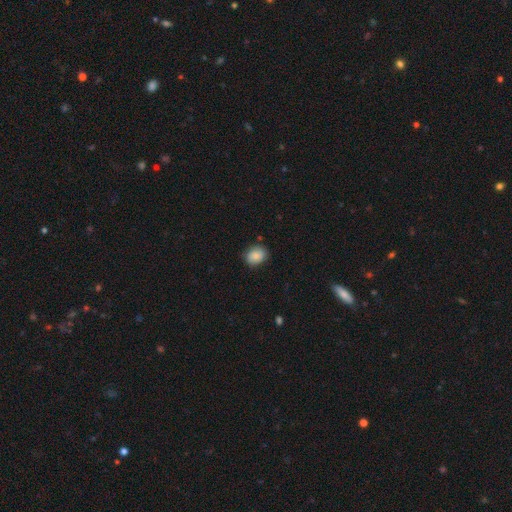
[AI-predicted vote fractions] A smooth galaxy with no disk features (87%) that is in between round and cigar-shaped (54%).

Vote fractions:
- Smooth or featured? smooth: 87% / star or artifact: 8% / featured or disk: 5%
- How rounded? in between: 54% / round: 46% / cigar-shaped: 1%
- Merging? none: 82% / minor disturbance: 14% / major disturbance: 3% / merger: 1%